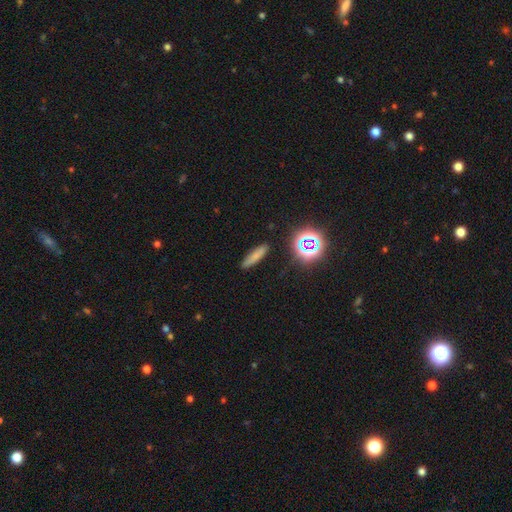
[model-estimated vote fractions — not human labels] This appears to be a smooth galaxy with no disk features (72%) that is cigar-shaped (78%). Merging: none (87%).